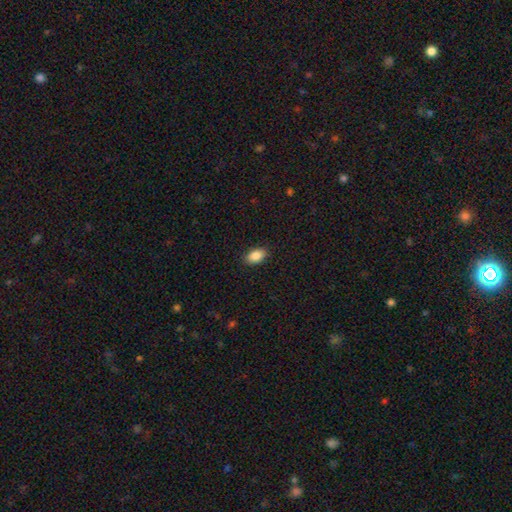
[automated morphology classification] Smooth or featured? smooth (87%)
How rounded? in between (90%)
Merging? none (89%)